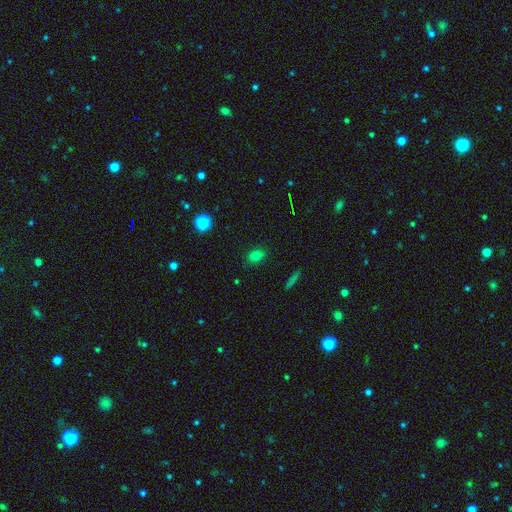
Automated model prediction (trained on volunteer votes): Q: Smooth or featured?
A: smooth (77%); runner-up: star or artifact (16%)
Q: How rounded?
A: in between (68%); runner-up: round (30%)
Q: Merging?
A: none (83%); runner-up: minor disturbance (13%)